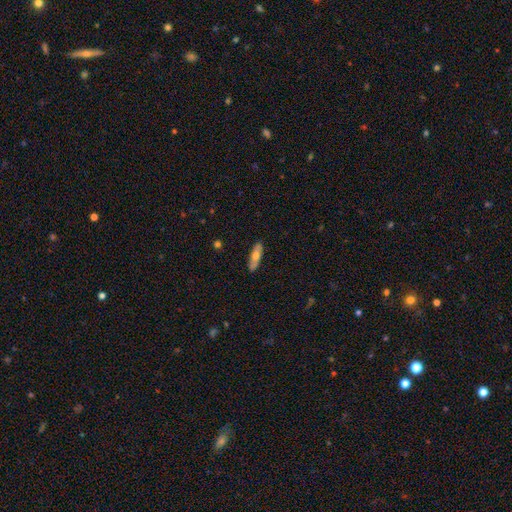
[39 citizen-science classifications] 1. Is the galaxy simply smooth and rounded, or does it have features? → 62% smooth, 33% featured or disk, 5% star or artifact.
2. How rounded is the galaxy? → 79% cigar-shaped, 21% in between, 0% round.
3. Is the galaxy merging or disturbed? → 81% none, 19% minor disturbance, 0% major disturbance, 0% merger.